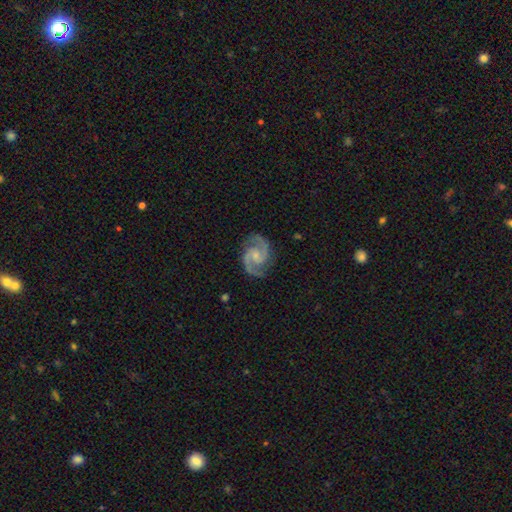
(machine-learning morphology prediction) This appears to be a featured or disk galaxy (93%) with no bar (47%), 2 (94%) medium (65%) spiral arms (99%) and a small central bulge (58%). Merging: none (83%).